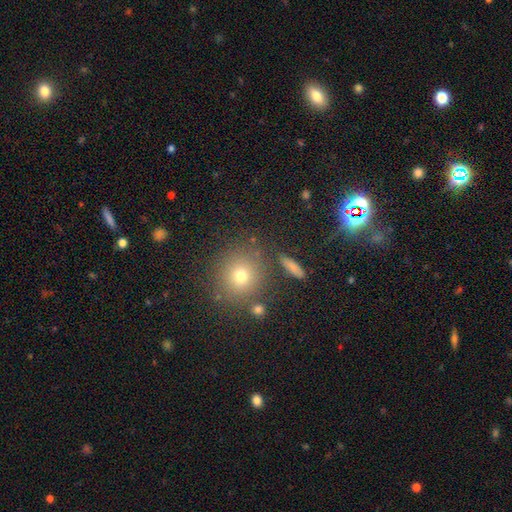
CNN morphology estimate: This is possibly a smooth galaxy (54%). How rounded: clearly round (89%). Merging: clearly none (83%).